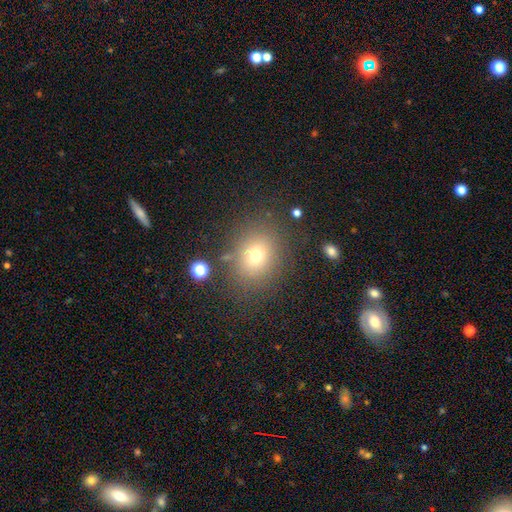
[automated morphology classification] smooth_or_featured: smooth (p=0.69) [alt: star or artifact p=0.17]
how_rounded: round (p=0.60) [alt: in between p=0.39]
merging: none (p=0.79) [alt: minor disturbance p=0.11]